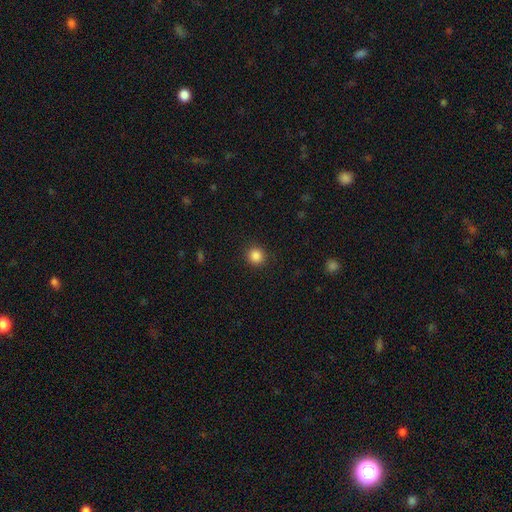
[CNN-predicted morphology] Overall: smooth (86%). How rounded: round (92%). Merging: none (91%).